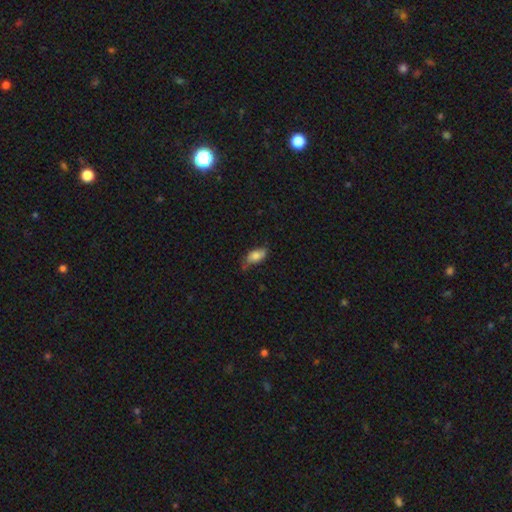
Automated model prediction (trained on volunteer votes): A smooth galaxy with no disk features (74%) that is in between round and cigar-shaped (87%).

Vote fractions:
- Smooth or featured? smooth: 74% / featured or disk: 18% / star or artifact: 8%
- How rounded? in between: 87% / cigar-shaped: 9% / round: 4%
- Merging? none: 60% / minor disturbance: 30% / major disturbance: 7% / merger: 3%